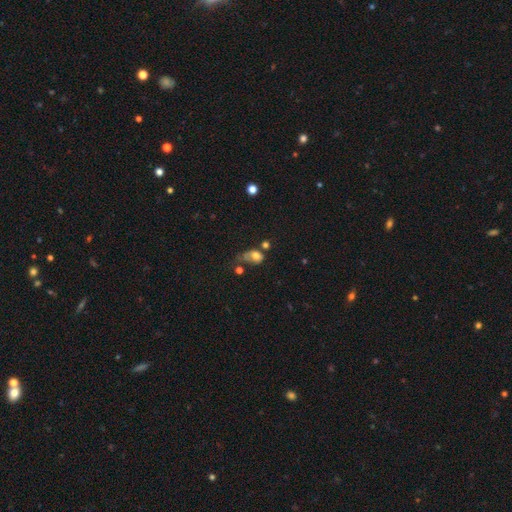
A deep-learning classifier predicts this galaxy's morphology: smooth 66%, featured or disk 20%, star or artifact 14%. Down the decision tree: how rounded — in between (66%); merging — major disturbance (35%).